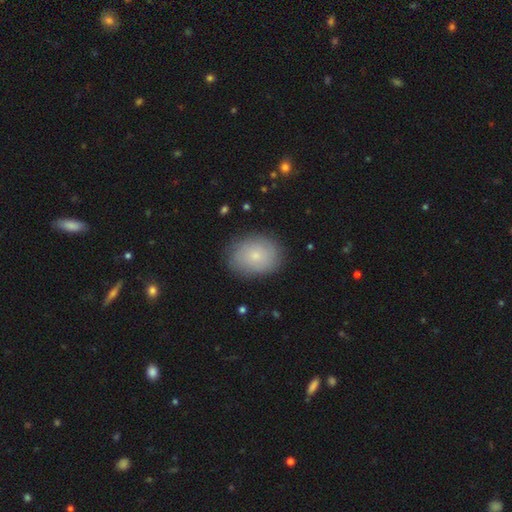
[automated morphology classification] smooth_or_featured: smooth (p=0.68) [alt: featured or disk p=0.24]
how_rounded: in between (p=0.62) [alt: round p=0.37]
merging: none (p=0.82) [alt: minor disturbance p=0.13]